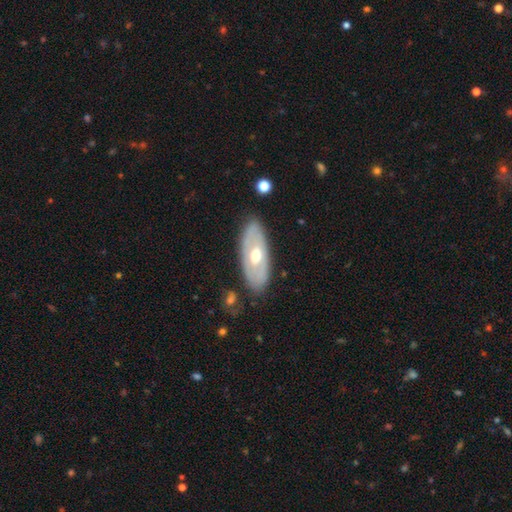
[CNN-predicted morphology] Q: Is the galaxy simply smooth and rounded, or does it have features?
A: featured or disk — 58%.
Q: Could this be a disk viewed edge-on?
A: no — 80%.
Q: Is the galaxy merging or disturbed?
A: none — 84%.